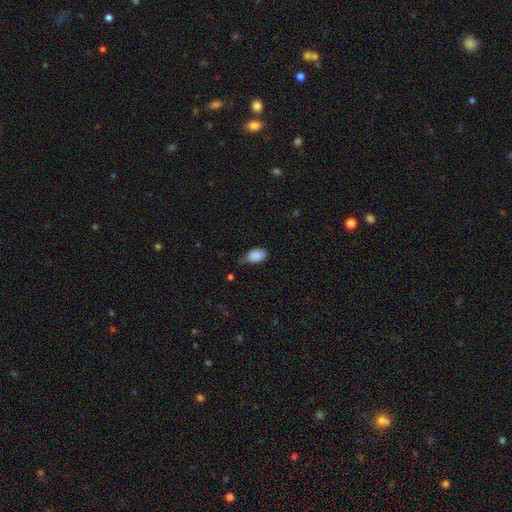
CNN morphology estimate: Smooth or featured: smooth — 88% (star or artifact — 7%)
How rounded: in between — 91% (round — 8%)
Merging: none — 48% (minor disturbance — 41%)